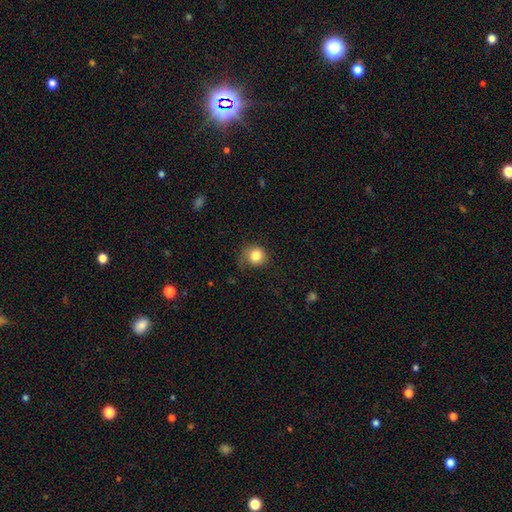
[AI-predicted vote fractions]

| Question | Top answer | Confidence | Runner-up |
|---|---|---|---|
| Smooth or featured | smooth | 82% | star or artifact (10%) |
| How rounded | round | 86% | in between (13%) |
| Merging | none | 61% | minor disturbance (25%) |